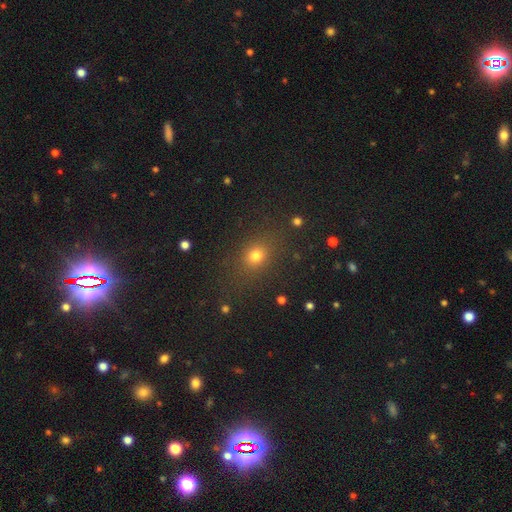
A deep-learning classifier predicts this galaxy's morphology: Smooth or featured?
  - smooth: 74% *
  - star or artifact: 18%
  - featured or disk: 9%
How rounded?
  - round: 54% *
  - in between: 43%
  - cigar-shaped: 3%
Merging?
  - none: 80% *
  - minor disturbance: 11%
  - major disturbance: 6%
  - merger: 3%